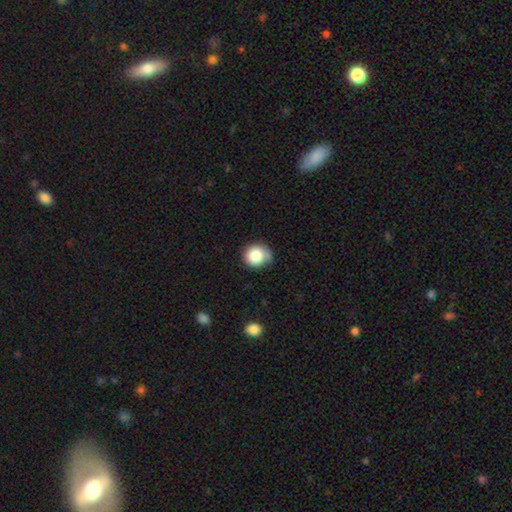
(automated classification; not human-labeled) Smooth or featured: smooth — 84% (star or artifact — 9%)
How rounded: round — 88% (in between — 11%)
Merging: none — 63% (minor disturbance — 27%)